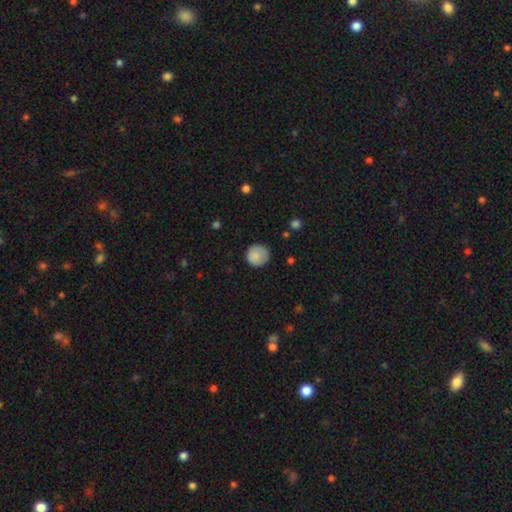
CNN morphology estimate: This is clearly a smooth galaxy (84%). How rounded: clearly round (93%). Merging: likely none (79%).